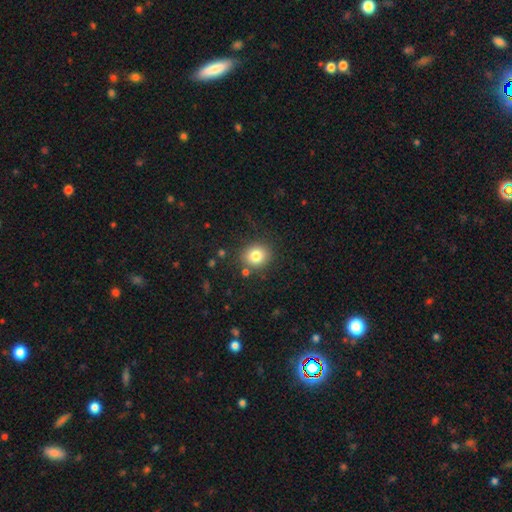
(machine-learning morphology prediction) smooth 81%, star or artifact 11%, featured or disk 8%. Down the decision tree: how rounded — round (80%); merging — none (85%).